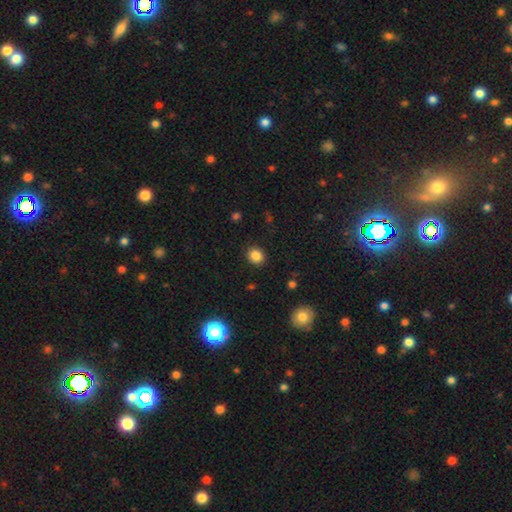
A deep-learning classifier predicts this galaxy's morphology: type=smooth (85%); roundness=round (72%); merging=none (89%).